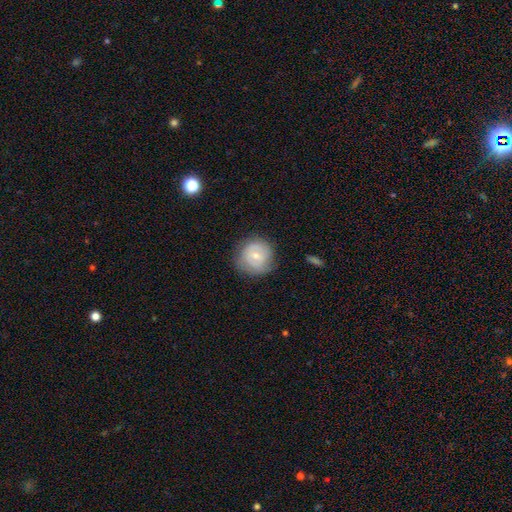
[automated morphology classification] This is possibly a smooth galaxy (51%). How rounded: clearly round (91%). Merging: likely none (75%).